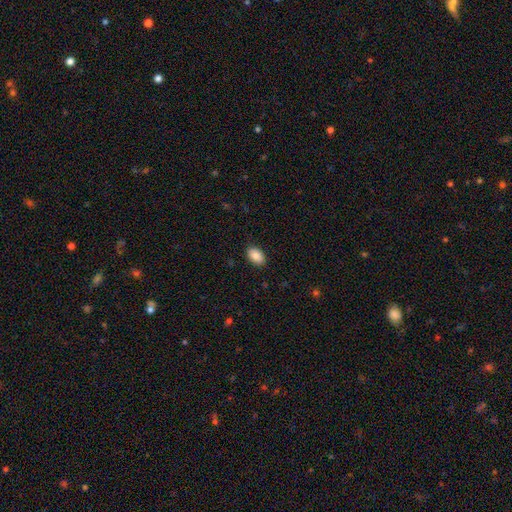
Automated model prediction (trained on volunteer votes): A smooth galaxy with no disk features (88%) that is in between round and cigar-shaped (91%). Merging: none (88%).